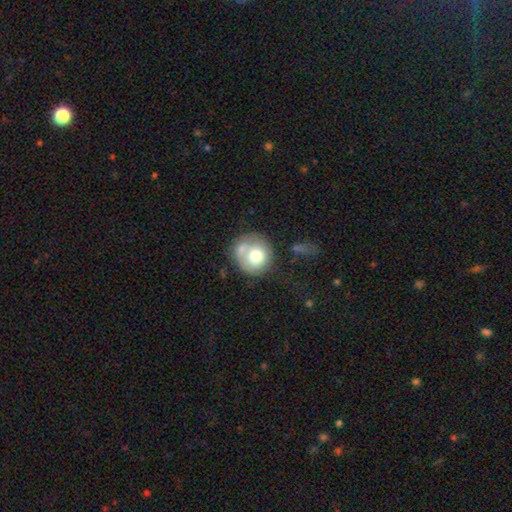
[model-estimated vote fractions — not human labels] Smooth or featured?
  - smooth: 67% *
  - featured or disk: 24%
  - star or artifact: 8%
How rounded?
  - round: 85% *
  - in between: 14%
  - cigar-shaped: 1%
Merging?
  - none: 44% *
  - merger: 31%
  - minor disturbance: 17%
  - major disturbance: 8%